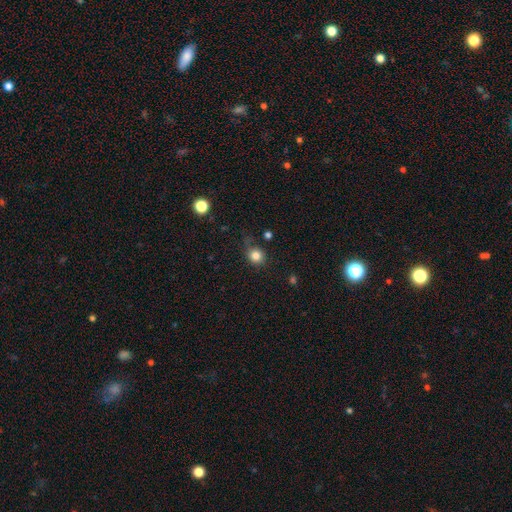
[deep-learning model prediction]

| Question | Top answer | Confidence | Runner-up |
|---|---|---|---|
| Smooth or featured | smooth | 82% | star or artifact (12%) |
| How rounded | round | 83% | in between (16%) |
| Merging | none | 69% | minor disturbance (20%) |